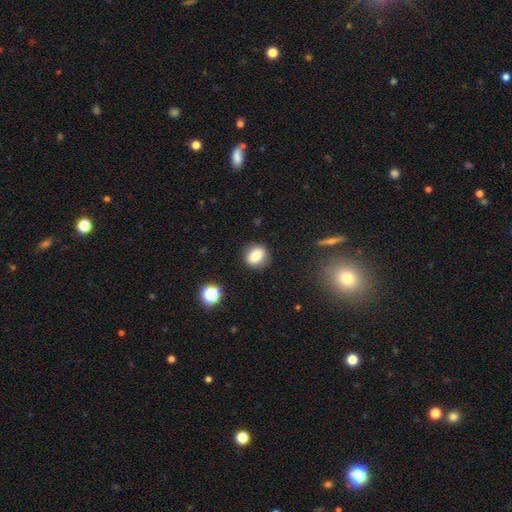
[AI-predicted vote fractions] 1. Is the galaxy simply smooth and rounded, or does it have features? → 79% smooth, 11% star or artifact, 10% featured or disk.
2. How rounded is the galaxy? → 72% round, 27% in between, 1% cigar-shaped.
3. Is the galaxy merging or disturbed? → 87% none, 9% minor disturbance, 3% major disturbance, 1% merger.